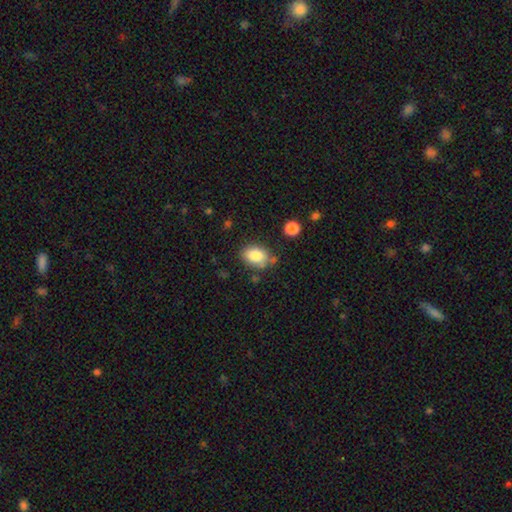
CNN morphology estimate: A smooth galaxy with no disk features (83%) that is in between round and cigar-shaped (79%). Merging: none (70%).